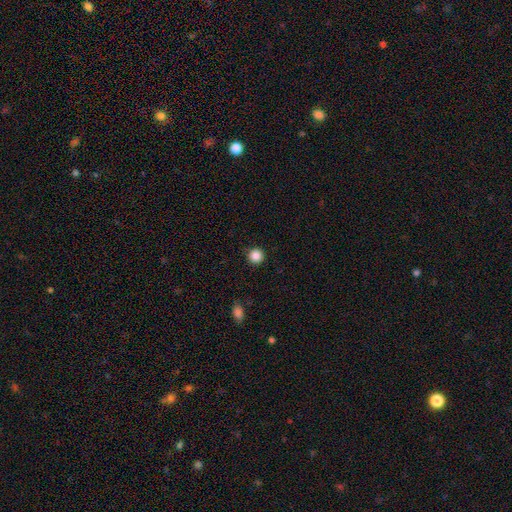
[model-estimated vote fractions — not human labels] Smooth or featured? smooth (86%)
How rounded? round (96%)
Merging? none (93%)